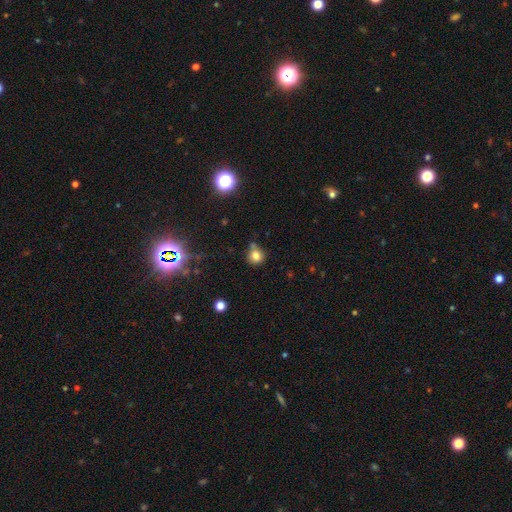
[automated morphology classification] type=smooth (78%); roundness=round (89%); merging=none (66%).